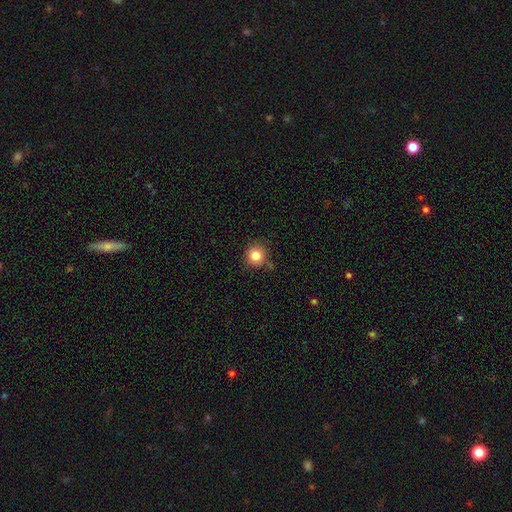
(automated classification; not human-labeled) Smooth or featured: smooth — 82% (star or artifact — 12%)
How rounded: round — 93% (in between — 6%)
Merging: none — 80% (minor disturbance — 13%)